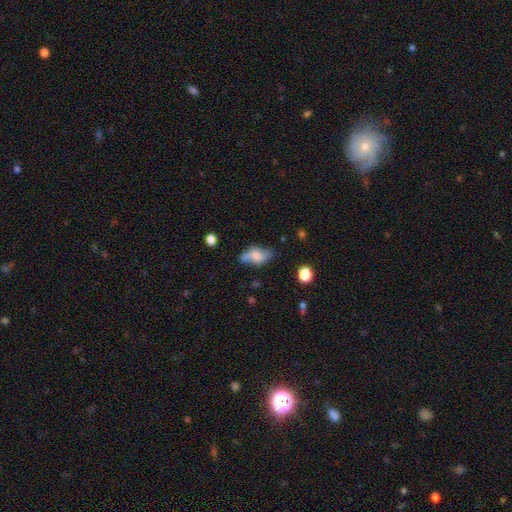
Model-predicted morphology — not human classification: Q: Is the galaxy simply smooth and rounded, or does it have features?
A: smooth — 54%.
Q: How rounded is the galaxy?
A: in between — 83%.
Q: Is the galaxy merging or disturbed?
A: none — 49%.